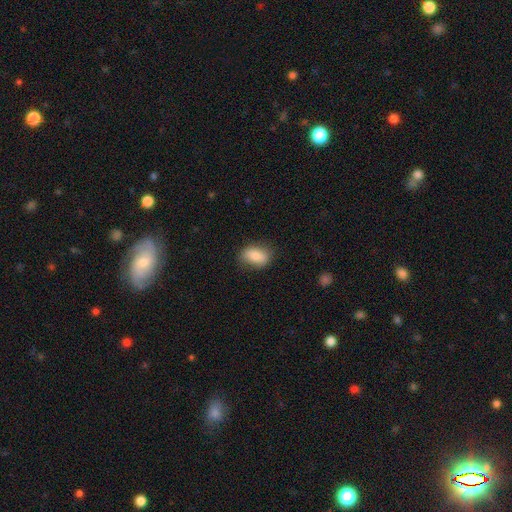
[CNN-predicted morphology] smooth 85%, featured or disk 8%, star or artifact 7%. Down the decision tree: how rounded — in between (87%); merging — none (77%).